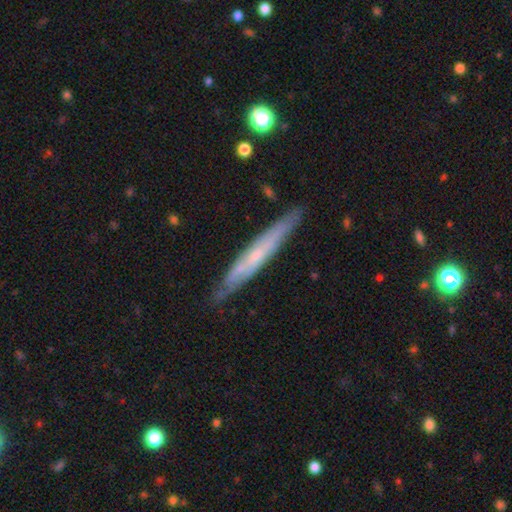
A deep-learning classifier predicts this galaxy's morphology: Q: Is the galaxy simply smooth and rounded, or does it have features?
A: featured or disk — 58%.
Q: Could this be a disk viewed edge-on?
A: yes — 85%.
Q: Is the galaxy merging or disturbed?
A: none — 83%.